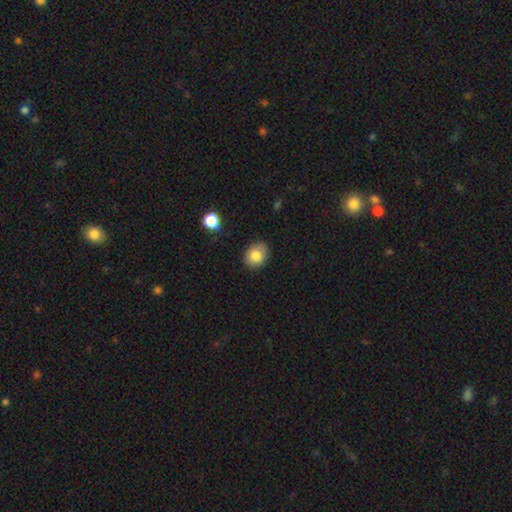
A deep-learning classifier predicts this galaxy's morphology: type=smooth (81%); roundness=round (54%); merging=none (83%).